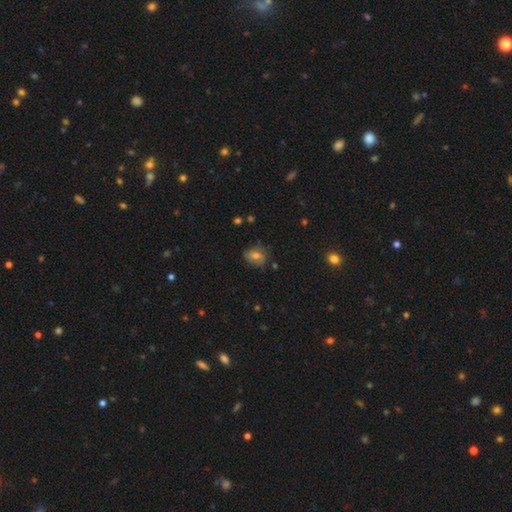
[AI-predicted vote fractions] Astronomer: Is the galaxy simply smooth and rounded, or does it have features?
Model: smooth — 58%.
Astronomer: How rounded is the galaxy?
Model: in between — 50% (runner-up: round, 48%).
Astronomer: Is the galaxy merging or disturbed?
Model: none — 66%.